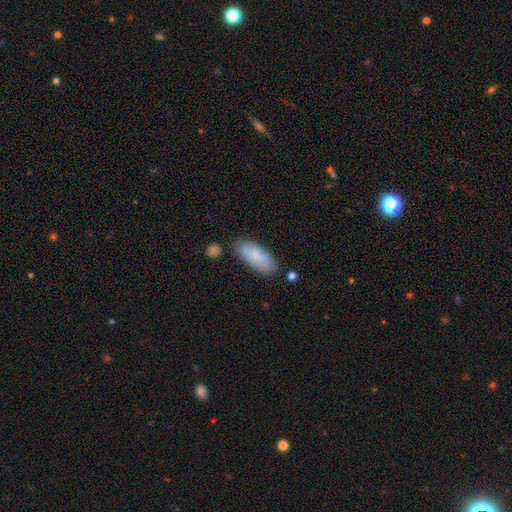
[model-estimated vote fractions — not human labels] smooth 80%, featured or disk 14%, star or artifact 6%. Down the decision tree: how rounded — in between (81%); merging — none (74%).